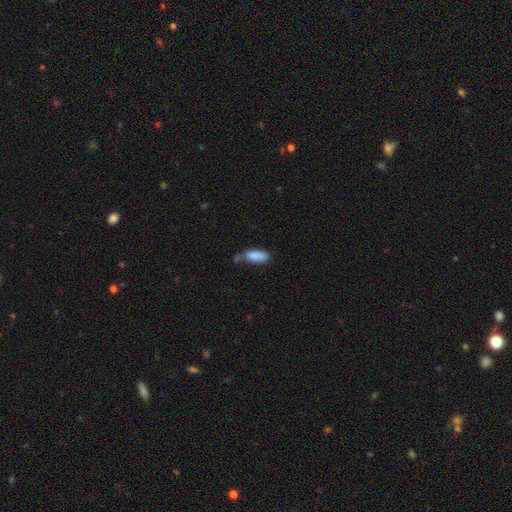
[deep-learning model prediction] smooth-or-featured: smooth: 86% | star or artifact: 7% | featured or disk: 7%
  how-rounded: in between: 74% | cigar-shaped: 24% | round: 2%
  merging: none: 53% | minor disturbance: 25% | merger: 16% | major disturbance: 6%